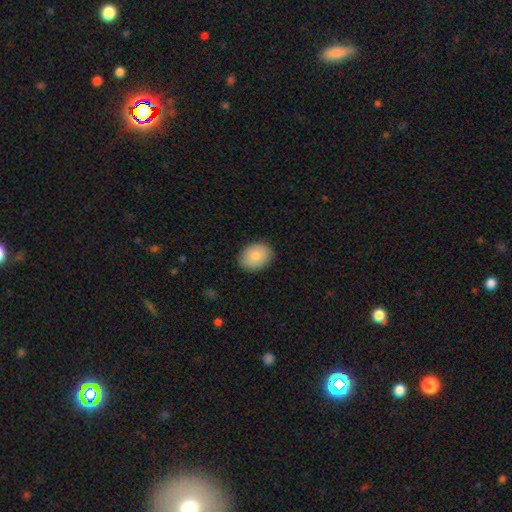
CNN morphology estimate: Q: Smooth or featured?
A: smooth (85%); runner-up: featured or disk (8%)
Q: How rounded?
A: in between (68%); runner-up: round (31%)
Q: Merging?
A: none (87%); runner-up: minor disturbance (10%)